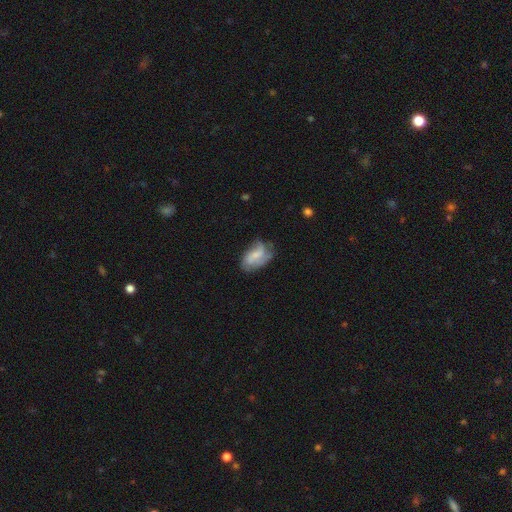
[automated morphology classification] smooth_or_featured: featured or disk (p=0.51) [alt: smooth p=0.41]
disk_edge_on: no (p=0.96) [alt: yes p=0.04]
merging: none (p=0.50) [alt: minor disturbance p=0.30]